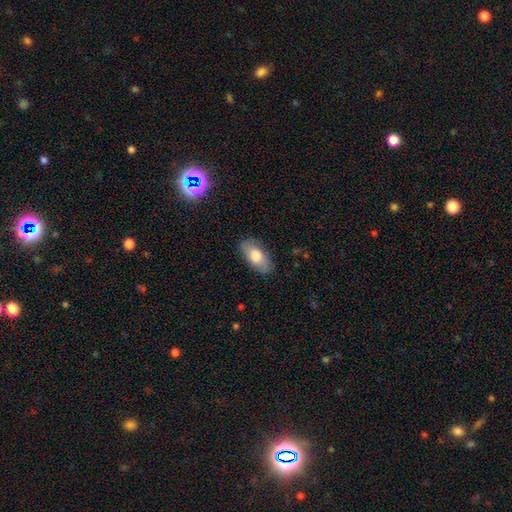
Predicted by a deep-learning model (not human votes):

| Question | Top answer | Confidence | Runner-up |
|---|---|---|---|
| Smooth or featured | smooth | 73% | featured or disk (20%) |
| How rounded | in between | 90% | cigar-shaped (7%) |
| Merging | none | 81% | minor disturbance (14%) |